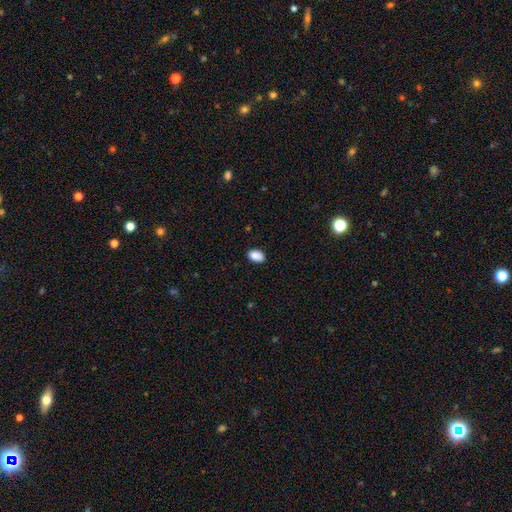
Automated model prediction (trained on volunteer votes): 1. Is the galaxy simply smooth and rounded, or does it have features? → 88% smooth, 8% star or artifact, 4% featured or disk.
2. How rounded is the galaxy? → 87% in between, 12% round, 1% cigar-shaped.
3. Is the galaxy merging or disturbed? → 85% none, 12% minor disturbance, 2% major disturbance, 1% merger.